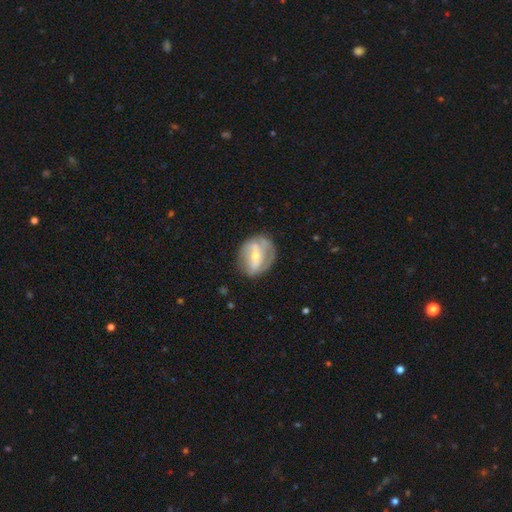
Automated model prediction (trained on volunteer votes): featured or disk 67%, smooth 27%, star or artifact 7%. Down the decision tree: edge-on disk — no (95%); bar — weak (37%, tied with strong); spiral arms — yes (66%); bulge size — moderate (47%, tied with small); merging — none (65%).